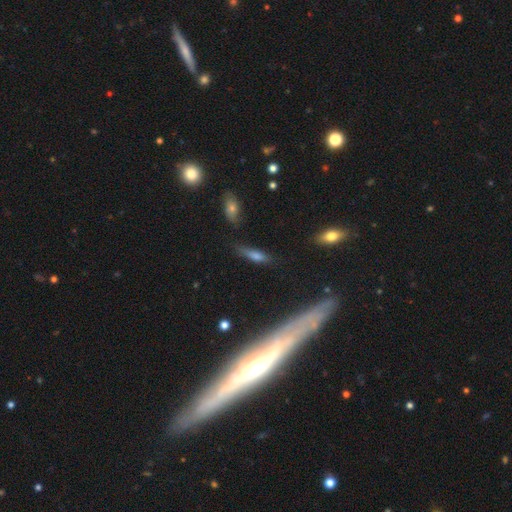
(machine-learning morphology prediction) type=smooth (58%); roundness=cigar-shaped (62%); merging=none (72%).